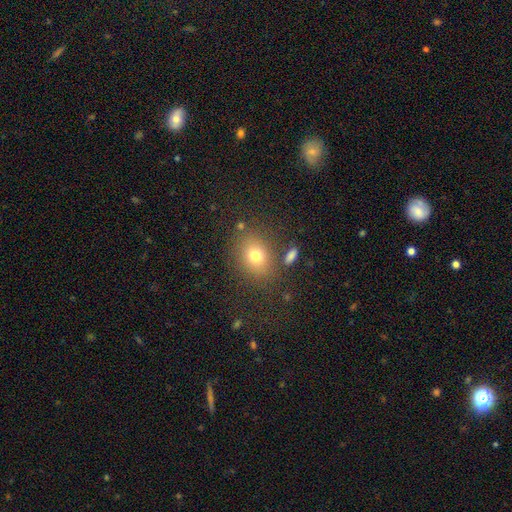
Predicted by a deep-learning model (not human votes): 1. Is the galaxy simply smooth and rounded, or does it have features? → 74% smooth, 14% star or artifact, 12% featured or disk.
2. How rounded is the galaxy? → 50% round, 49% in between, 1% cigar-shaped.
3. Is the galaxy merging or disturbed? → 79% none, 11% minor disturbance, 5% major disturbance, 5% merger.